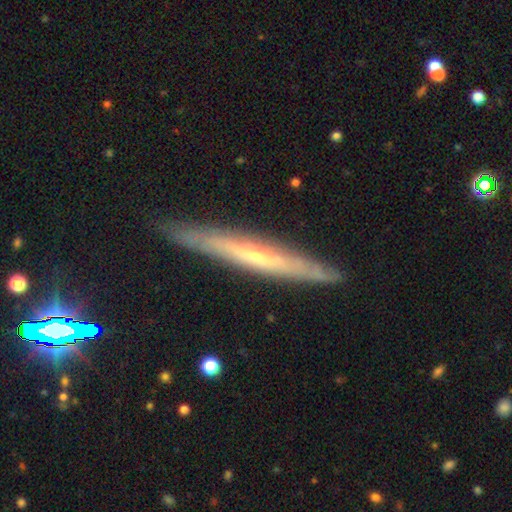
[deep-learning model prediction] A featured or disk galaxy (65%) viewed edge-on (91%) with no central bulge (61%). Merging: none (87%).